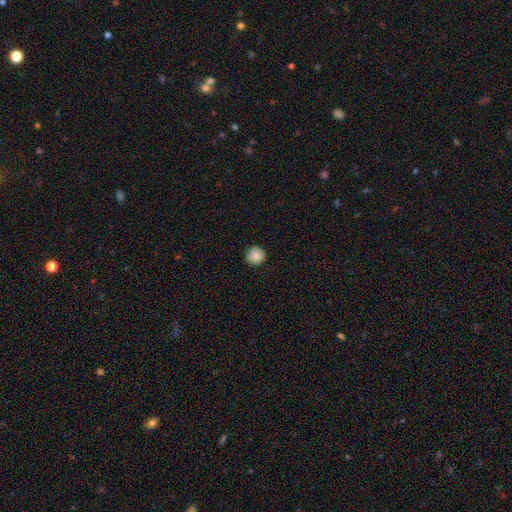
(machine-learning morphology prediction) smooth 88%, star or artifact 9%, featured or disk 3%. Down the decision tree: how rounded — round (95%); merging — none (91%).